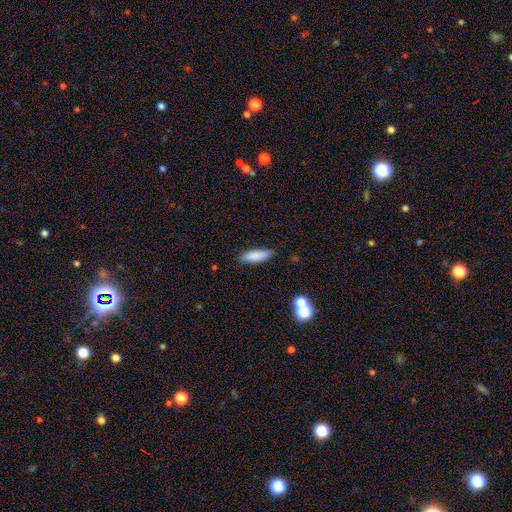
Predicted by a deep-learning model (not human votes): Smooth or featured? Predicted: smooth (p=0.85). How rounded? Predicted: in between (p=0.50). Merging? Predicted: none (p=0.84).